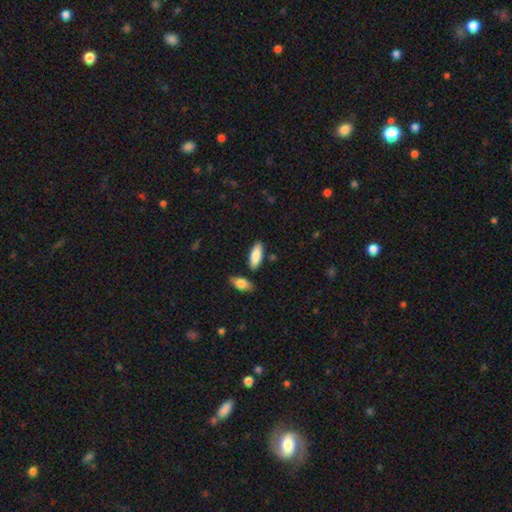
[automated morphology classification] A smooth galaxy with no disk features (86%) that is in between round and cigar-shaped (75%). Merging: none (80%).